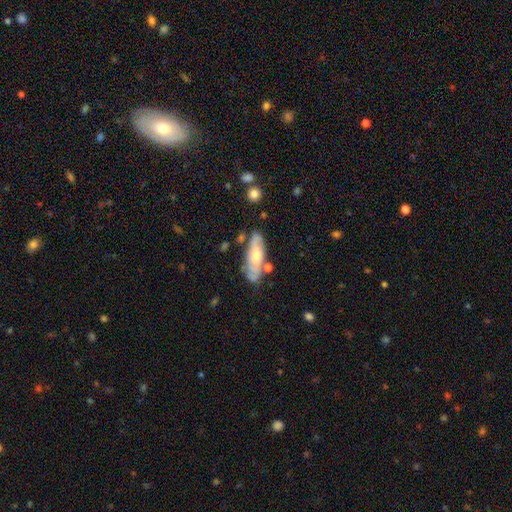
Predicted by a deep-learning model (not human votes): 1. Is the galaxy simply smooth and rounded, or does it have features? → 51% featured or disk, 43% smooth, 6% star or artifact.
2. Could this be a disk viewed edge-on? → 70% no, 30% yes.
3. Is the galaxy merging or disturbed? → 69% none, 19% minor disturbance, 7% merger, 5% major disturbance.